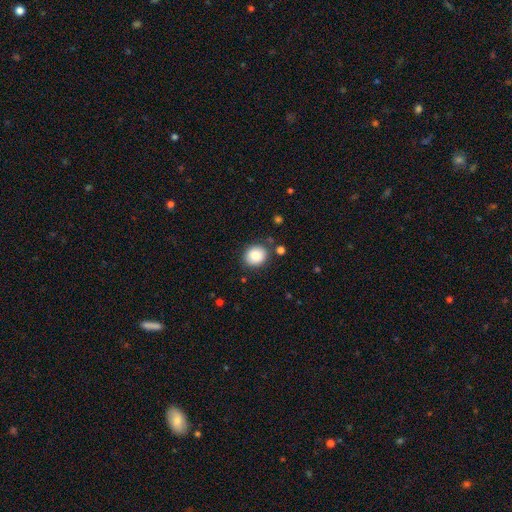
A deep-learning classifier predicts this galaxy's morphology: This appears to be a smooth galaxy with no disk features (86%) that is round (71%). Merging: none (84%).